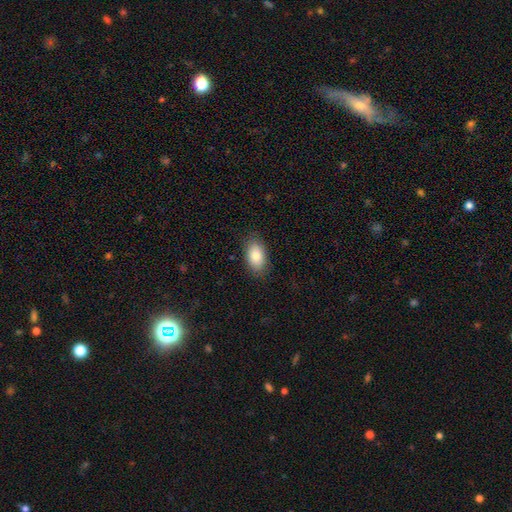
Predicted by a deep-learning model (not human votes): Morphology: type=smooth (84%); roundness=in between (93%); merging=none (85%).